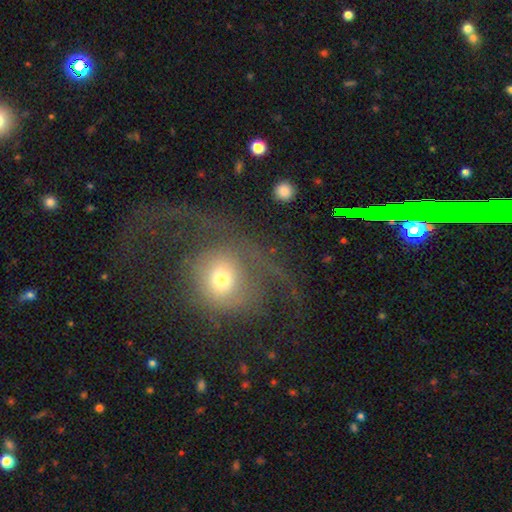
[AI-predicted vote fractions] Smooth or featured? featured or disk (48%)
Merging? none (42%)